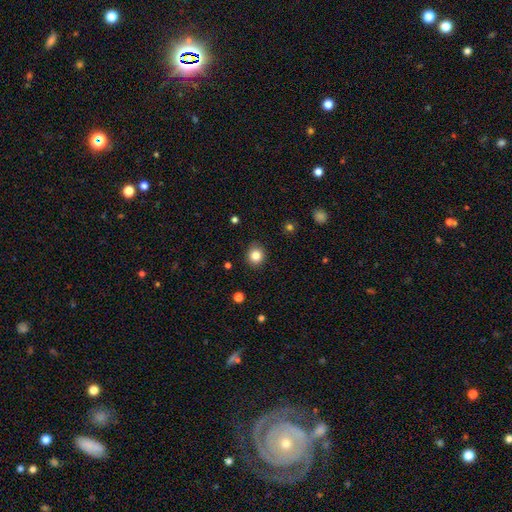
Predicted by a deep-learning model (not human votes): A smooth galaxy with no disk features (84%) that is round (82%).

Vote fractions:
- Smooth or featured? smooth: 84% / star or artifact: 11% / featured or disk: 6%
- How rounded? round: 82% / in between: 18% / cigar-shaped: 1%
- Merging? none: 88% / minor disturbance: 9% / major disturbance: 2% / merger: 1%